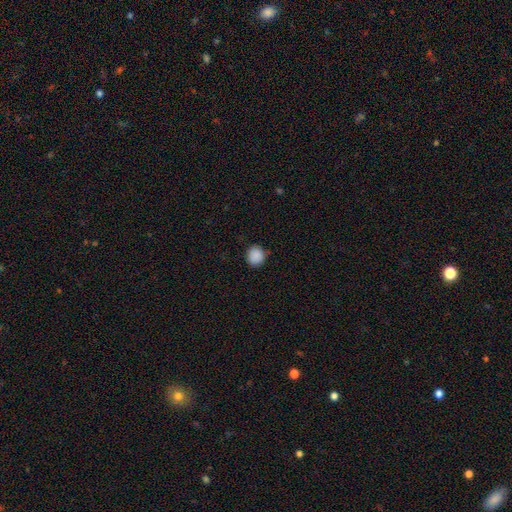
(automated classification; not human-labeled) The model was most divided on "how rounded": round: 84%, in between: 15%, cigar-shaped: 1%. More confident: smooth or featured — smooth (89%); merging — none (88%).